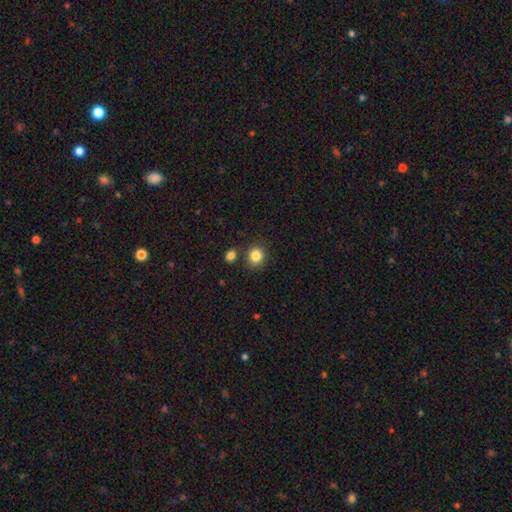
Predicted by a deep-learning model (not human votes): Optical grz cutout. It shows a smooth galaxy with no disk features (85%) that is round (82%). Merging: none (80%).